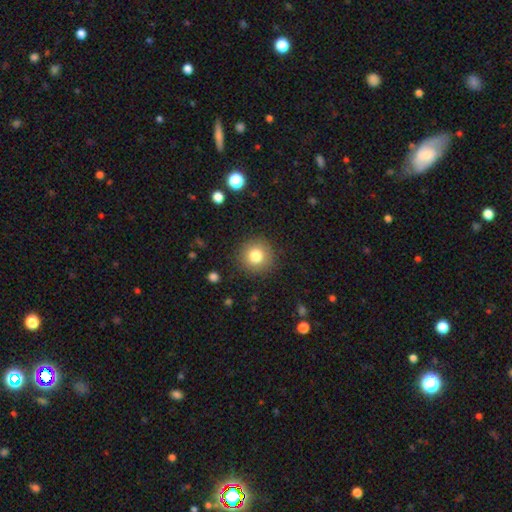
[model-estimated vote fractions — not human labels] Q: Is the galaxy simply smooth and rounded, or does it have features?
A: smooth — 80%.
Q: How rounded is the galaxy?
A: round — 94%.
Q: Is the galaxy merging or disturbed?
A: none — 89%.